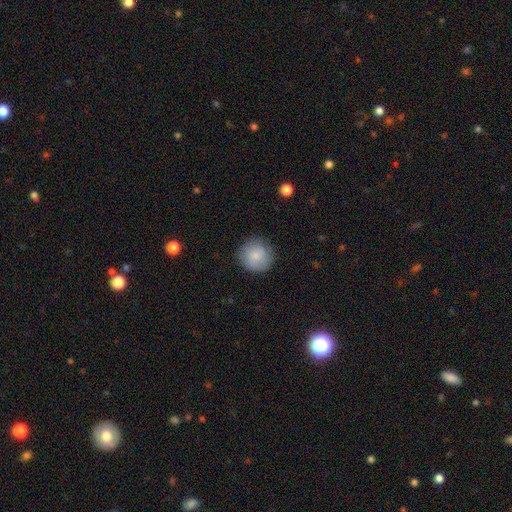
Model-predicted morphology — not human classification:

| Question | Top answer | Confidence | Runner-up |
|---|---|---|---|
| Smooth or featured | smooth | 83% | featured or disk (10%) |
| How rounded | round | 94% | in between (5%) |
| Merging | none | 86% | minor disturbance (11%) |